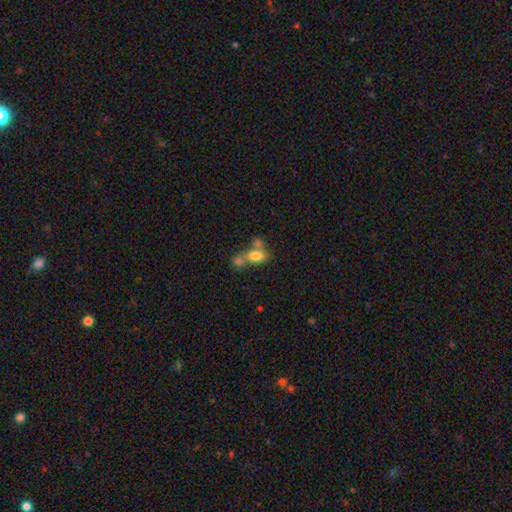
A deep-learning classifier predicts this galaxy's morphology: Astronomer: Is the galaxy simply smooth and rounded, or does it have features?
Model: smooth — 72%.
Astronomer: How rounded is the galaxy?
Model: in between — 75%.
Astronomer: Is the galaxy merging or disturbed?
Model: merger — 57%.